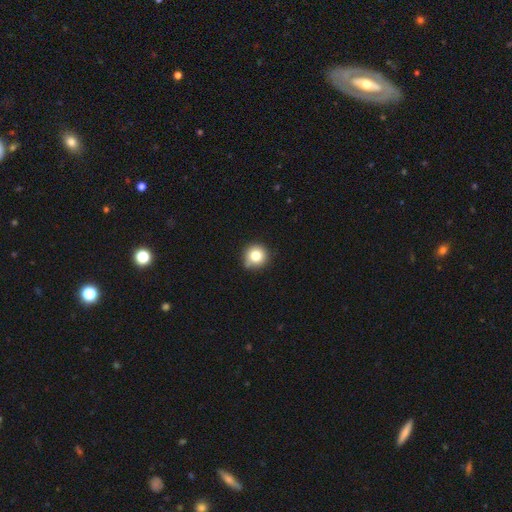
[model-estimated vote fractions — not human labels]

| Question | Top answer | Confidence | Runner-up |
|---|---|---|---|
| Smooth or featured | smooth | 80% | star or artifact (11%) |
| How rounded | round | 94% | in between (5%) |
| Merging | none | 78% | minor disturbance (16%) |